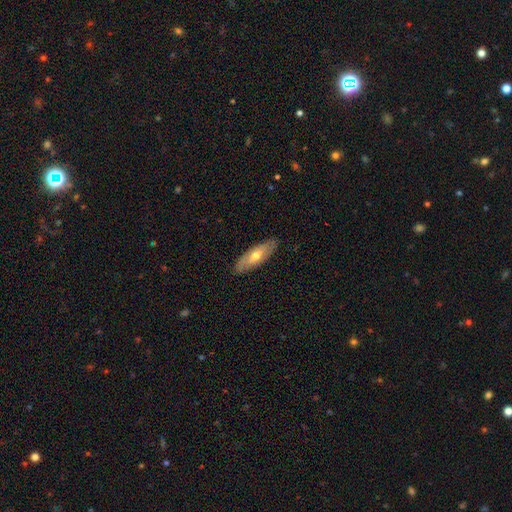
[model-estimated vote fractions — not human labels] Smooth or featured? smooth (52%)
How rounded? in between (57%)
Merging? none (88%)